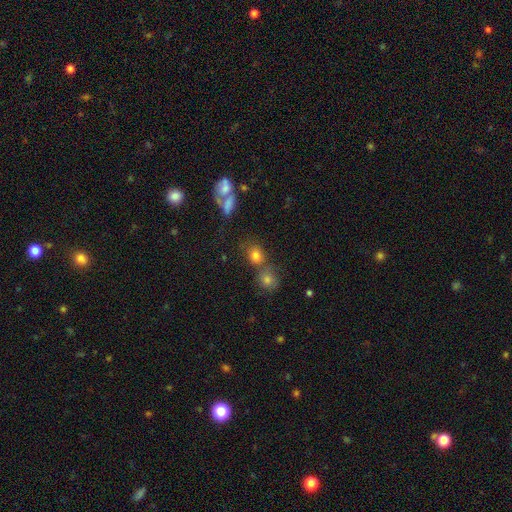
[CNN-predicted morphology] This is likely a smooth galaxy (77%). How rounded: likely round (68%). Merging: possibly none (53%).